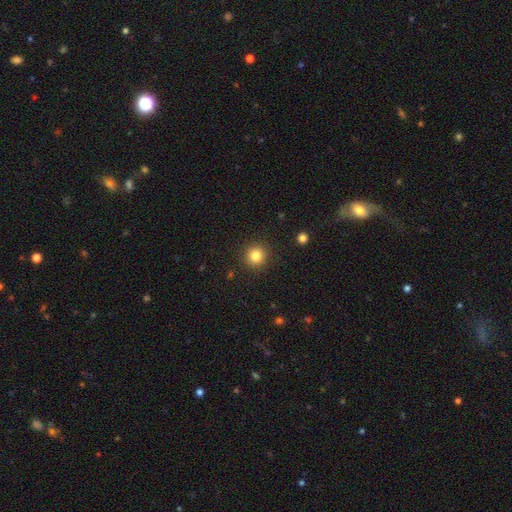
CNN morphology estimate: Overall: smooth (83%). How rounded: round (94%). Merging: none (91%).